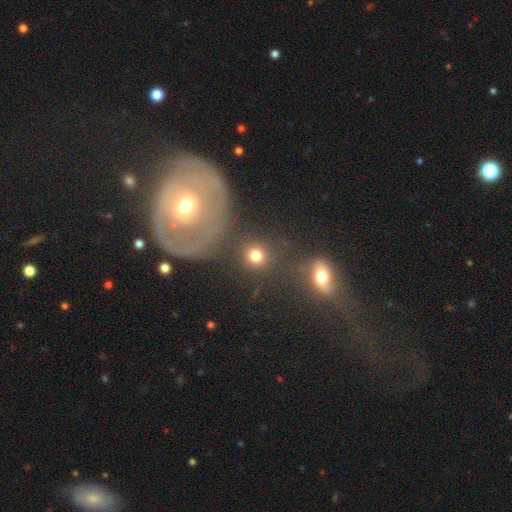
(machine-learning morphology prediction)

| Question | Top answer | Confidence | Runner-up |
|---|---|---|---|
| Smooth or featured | smooth | 80% | star or artifact (12%) |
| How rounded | round | 89% | in between (10%) |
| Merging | none | 80% | minor disturbance (8%) |